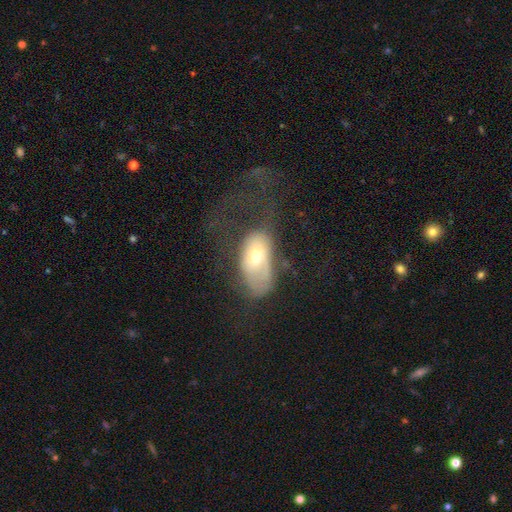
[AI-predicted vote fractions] smooth-or-featured: smooth: 56% | featured or disk: 35% | star or artifact: 9%
  how-rounded: in between: 89% | round: 9% | cigar-shaped: 2%
  merging: major disturbance: 51% | none: 23% | minor disturbance: 22% | merger: 4%